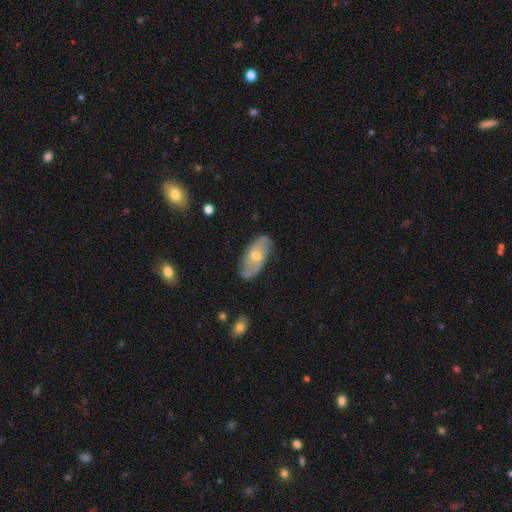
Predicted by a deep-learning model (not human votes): Smooth or featured? Predicted: featured or disk (p=0.62). Edge-on disk? Predicted: no (p=0.88). Bar? Predicted: no (p=0.65). Spiral arms? Predicted: yes (p=0.80). Bulge size? Predicted: moderate (p=0.56). Merging? Predicted: none (p=0.78).